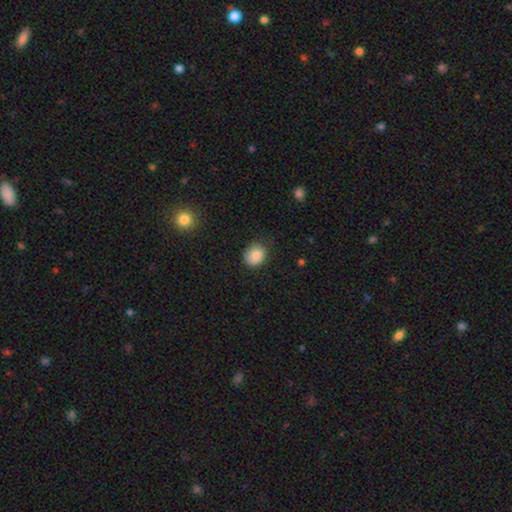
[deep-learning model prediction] Overall: smooth (85%). How rounded: round (64%; in between 35%). Merging: none (72%).